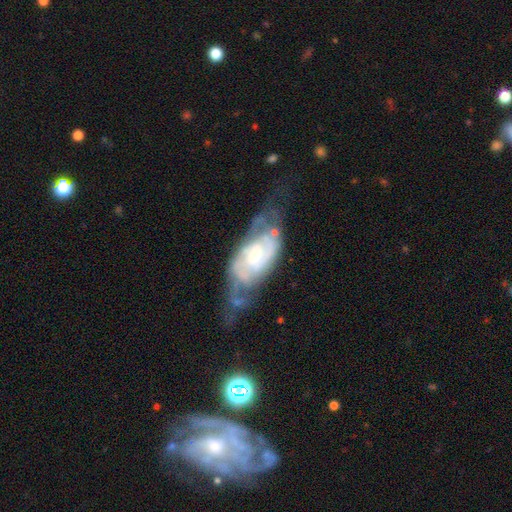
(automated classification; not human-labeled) Smooth or featured? featured or disk (80%)
Edge-on disk? no (94%)
Bar? weak (45%)
Spiral arms? yes (87%)
Spiral winding? medium (42%)
Spiral arm count? 2 (60%)
Bulge size? moderate (47%)
Merging? none (40%)